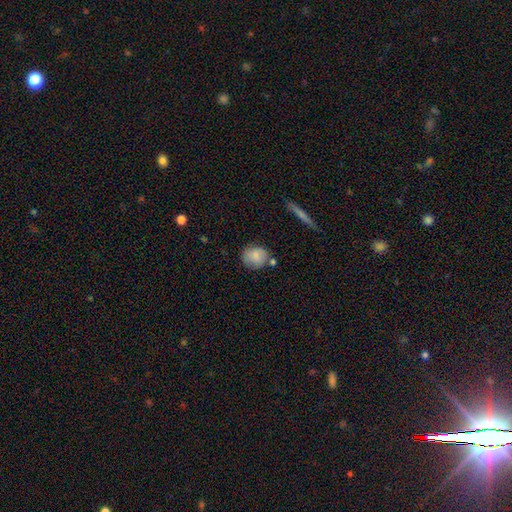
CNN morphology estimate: This is likely a smooth galaxy (80%). How rounded: likely round (75%). Merging: likely none (66%).